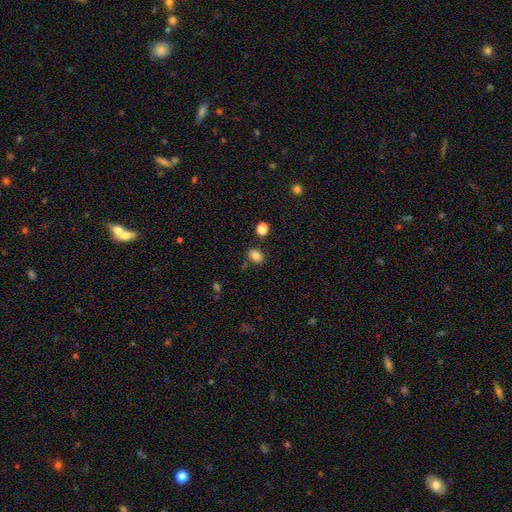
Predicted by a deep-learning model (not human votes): This appears to be a smooth galaxy with no disk features (83%) that is in between round and cigar-shaped (62%). Merging: none (79%).